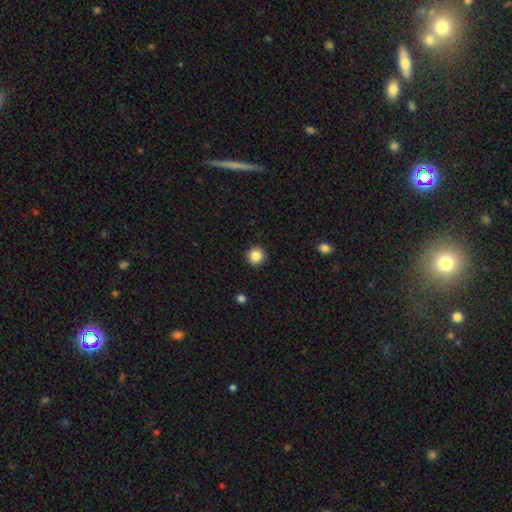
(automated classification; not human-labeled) Morphology: type=smooth (85%); roundness=round (96%); merging=none (93%).